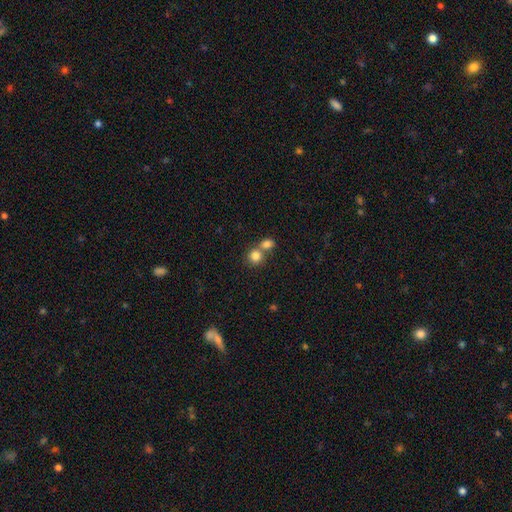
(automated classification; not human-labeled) Overall: smooth (82%). How rounded: round (85%). Merging: merger (47%; none 44%).